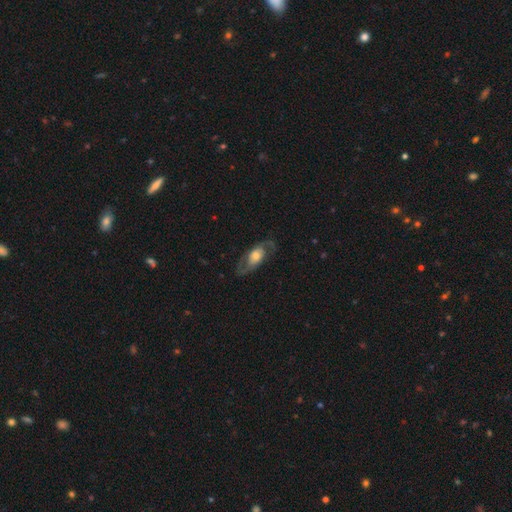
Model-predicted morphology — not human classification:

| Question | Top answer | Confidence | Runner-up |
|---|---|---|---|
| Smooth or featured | featured or disk | 69% | smooth (25%) |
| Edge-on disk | no | 89% | yes (11%) |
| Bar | no | 68% | weak (24%) |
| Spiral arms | yes | 77% | no (23%) |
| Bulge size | moderate | 52% | small (23%) |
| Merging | none | 71% | minor disturbance (15%) |